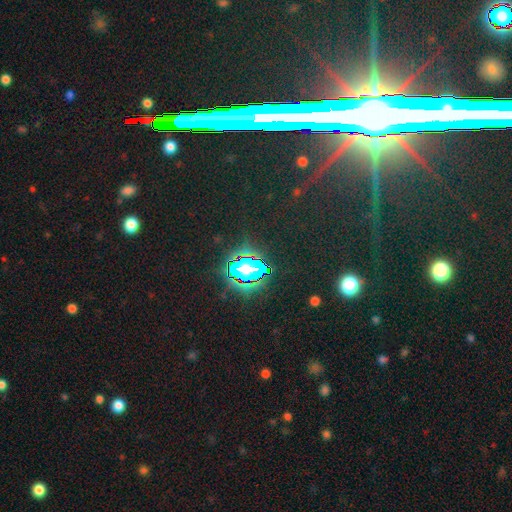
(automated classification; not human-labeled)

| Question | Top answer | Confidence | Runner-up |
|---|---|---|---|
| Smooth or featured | star or artifact | 81% | smooth (10%) |